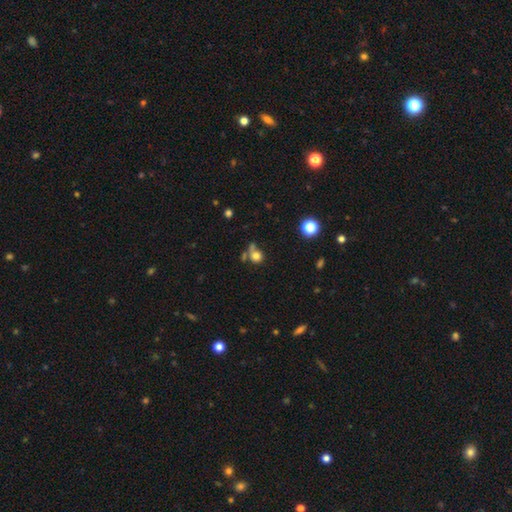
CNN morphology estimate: smooth 77%, star or artifact 13%, featured or disk 10%. Down the decision tree: how rounded — round (82%); merging — none (49%).